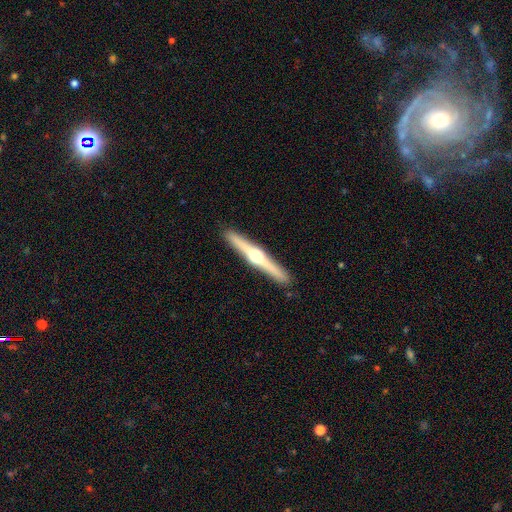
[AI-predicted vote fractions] This is likely a featured or disk galaxy (76%). It is clearly viewed edge-on (98%). Edge-on bulge: clearly rounded (95%). Merging: clearly none (92%).